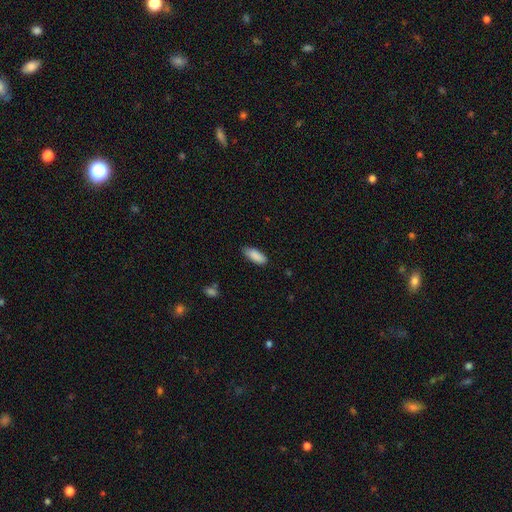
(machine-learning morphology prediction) This appears to be a smooth galaxy with no disk features (89%) that is in between round and cigar-shaped (80%). Merging: none (78%).